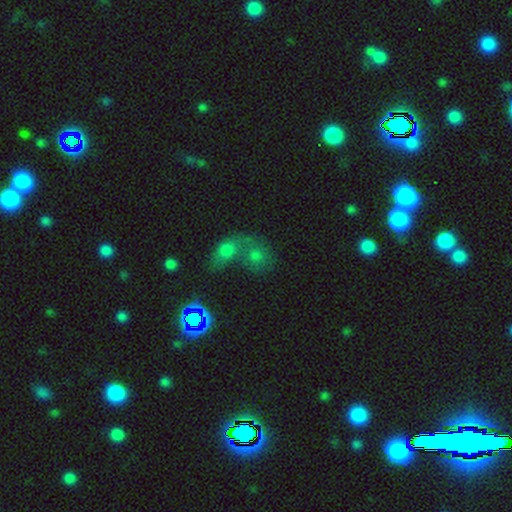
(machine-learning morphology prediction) A smooth galaxy with no disk features (55%) that is round (60%). Merging: merger (65%).